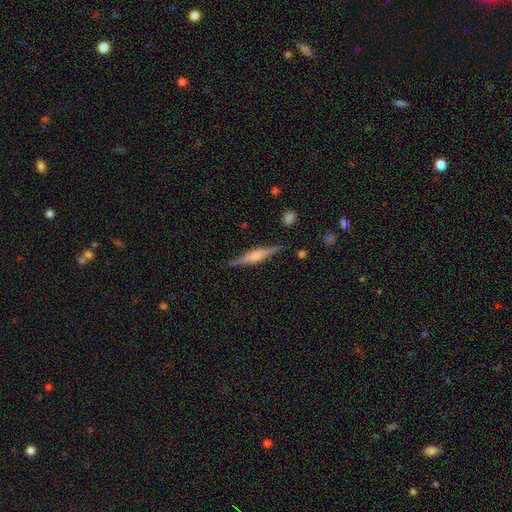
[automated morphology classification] This is likely a featured or disk galaxy (72%). It is clearly viewed edge-on (98%). Edge-on bulge: likely rounded (64%). Merging: clearly none (87%).